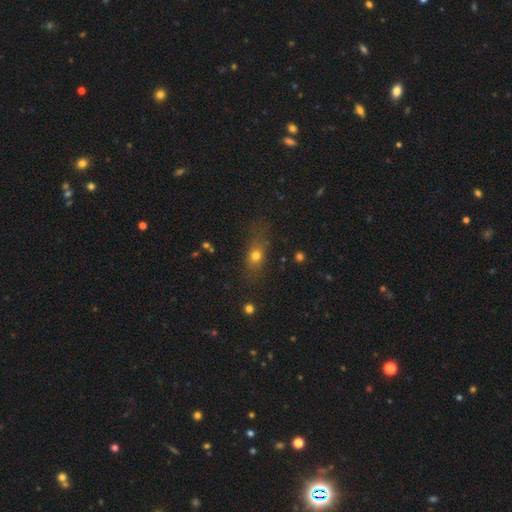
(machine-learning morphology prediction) Smooth or featured?
  - smooth: 70% *
  - star or artifact: 16%
  - featured or disk: 14%
How rounded?
  - in between: 53% *
  - round: 32%
  - cigar-shaped: 16%
Merging?
  - none: 67% *
  - minor disturbance: 19%
  - major disturbance: 11%
  - merger: 3%